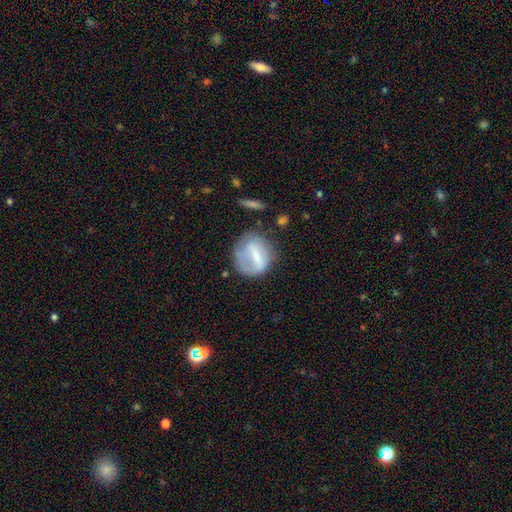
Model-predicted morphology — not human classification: type=featured or disk (48%); merging=none (53%).